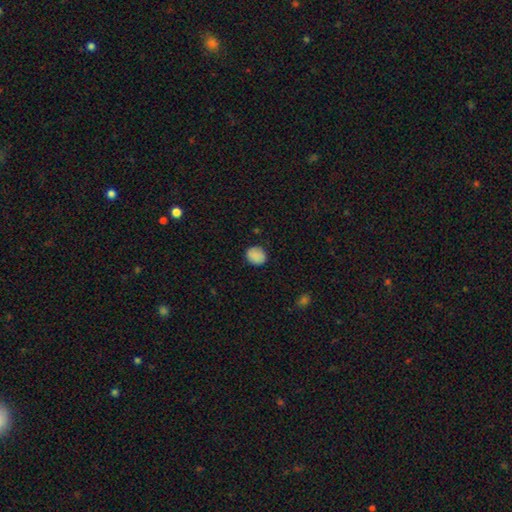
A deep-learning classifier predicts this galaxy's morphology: Overall: smooth (87%). How rounded: round (64%; in between 35%). Merging: none (84%).